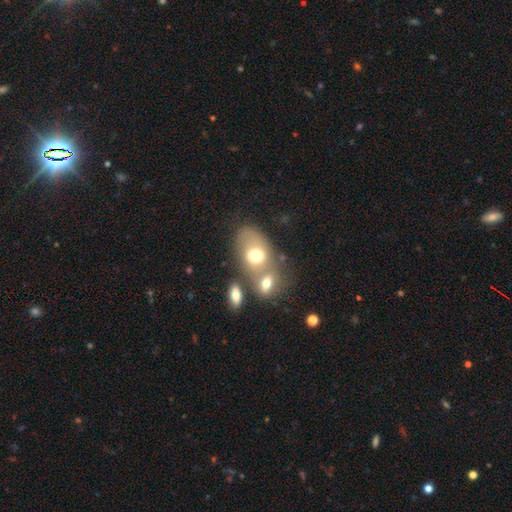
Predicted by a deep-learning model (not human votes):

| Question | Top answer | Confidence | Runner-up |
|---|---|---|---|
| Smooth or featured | smooth | 65% | featured or disk (26%) |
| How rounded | in between | 75% | round (24%) |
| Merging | merger | 47% | none (31%) |